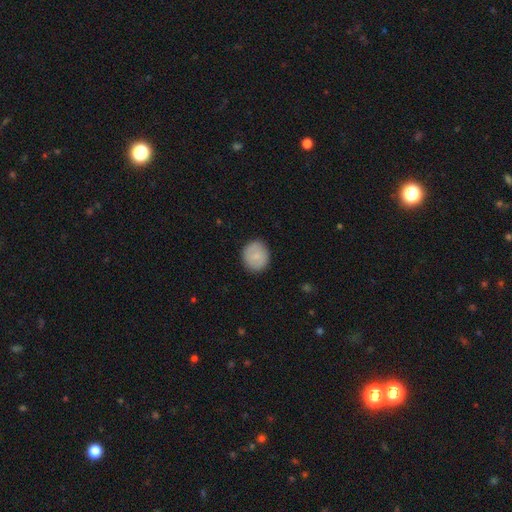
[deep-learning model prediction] A smooth galaxy with no disk features (78%) that is round (82%).

Vote fractions:
- Smooth or featured? smooth: 78% / featured or disk: 16% / star or artifact: 7%
- How rounded? round: 82% / in between: 17% / cigar-shaped: 1%
- Merging? none: 88% / minor disturbance: 9% / major disturbance: 2% / merger: 1%